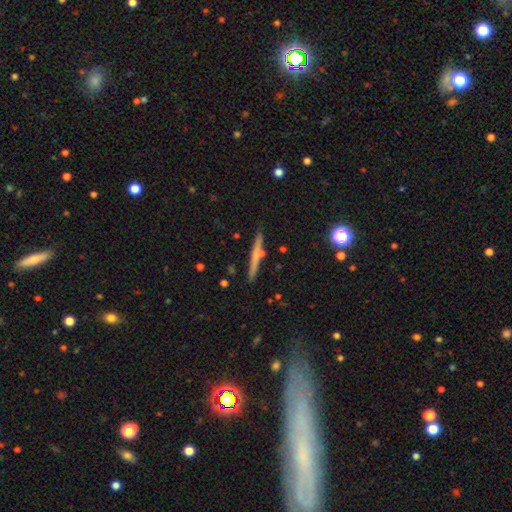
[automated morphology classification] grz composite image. It shows a smooth galaxy with no disk features (50%) that is cigar-shaped (94%). Merging: none (83%).